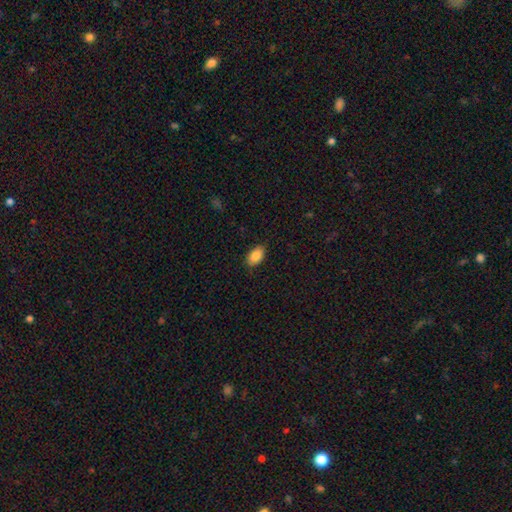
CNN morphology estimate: type=smooth (86%); roundness=in between (92%); merging=none (85%).